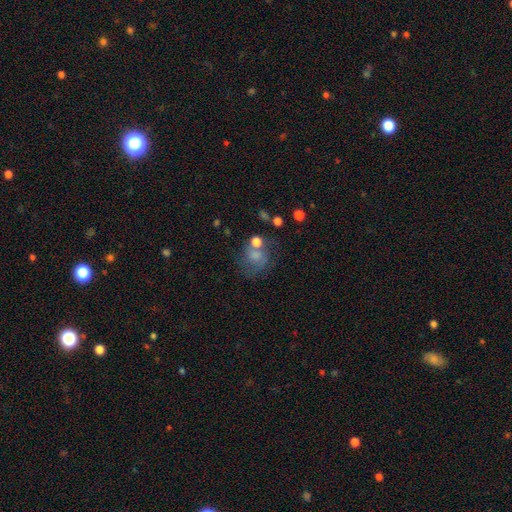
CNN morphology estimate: A smooth galaxy with no disk features (58%) that is round (70%). Merging: none (43%).